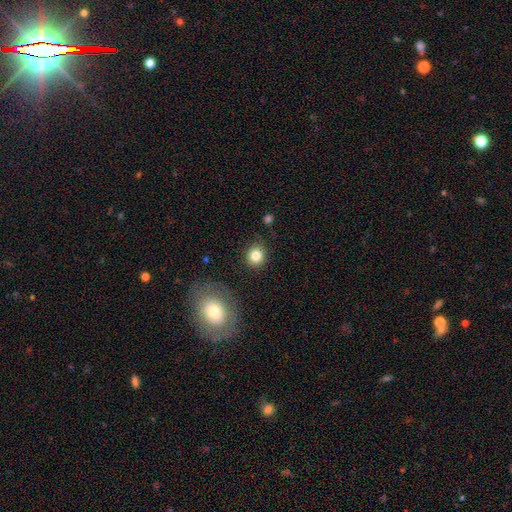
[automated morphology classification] This is clearly a smooth galaxy (83%). How rounded: clearly round (82%). Merging: clearly none (85%).